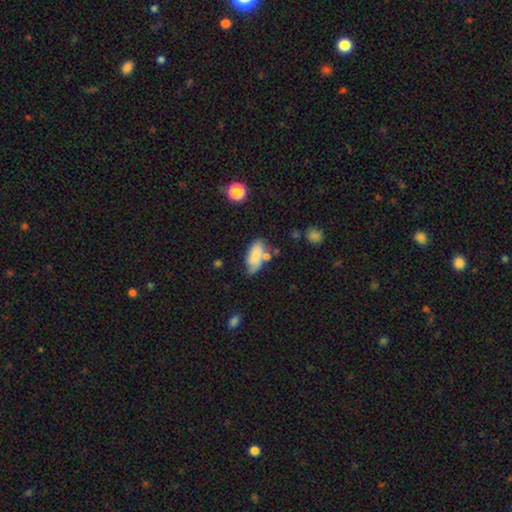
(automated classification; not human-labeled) Morphology: type=smooth (71%); roundness=in between (89%); merging=none (47%).